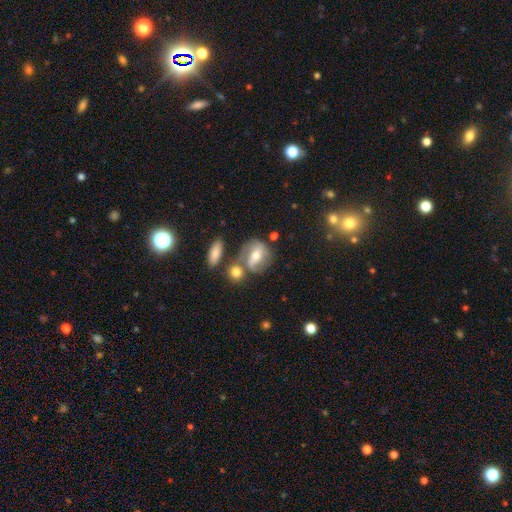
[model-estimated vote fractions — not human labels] smooth-or-featured: featured or disk: 50% | smooth: 41% | star or artifact: 9%
  disk-edge-on: no: 92% | yes: 8%
  merging: none: 52% | merger: 24% | minor disturbance: 17% | major disturbance: 8%